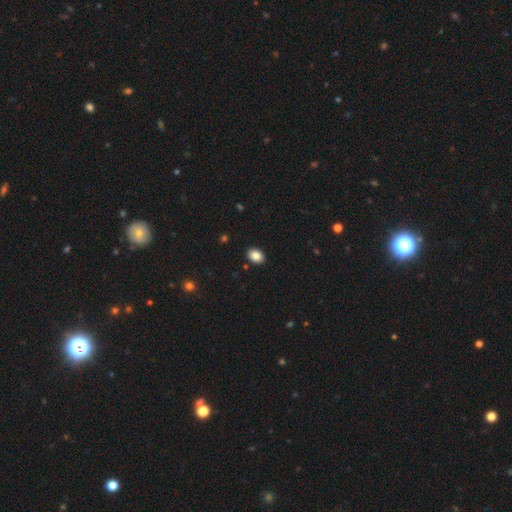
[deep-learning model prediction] Smooth or featured: smooth — 86% (star or artifact — 9%)
How rounded: in between — 74% (round — 25%)
Merging: none — 90% (minor disturbance — 7%)